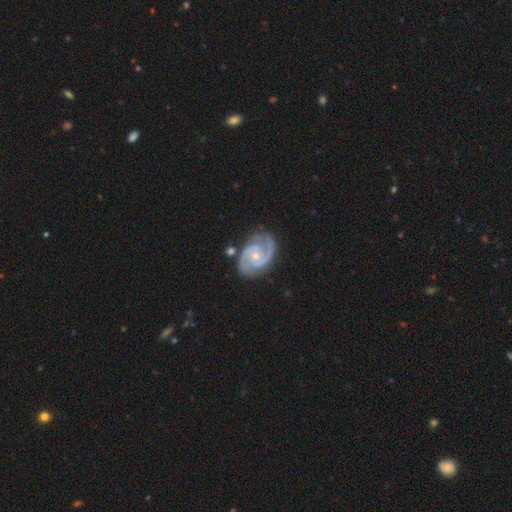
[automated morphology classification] featured or disk 92%, star or artifact 4%, smooth 4%. Down the decision tree: edge-on disk — no (98%); bar — no (62%); spiral arms — yes (98%); spiral arm count — 2 (88%); spiral winding — medium (51%); bulge size — small (59%); merging — none (75%).